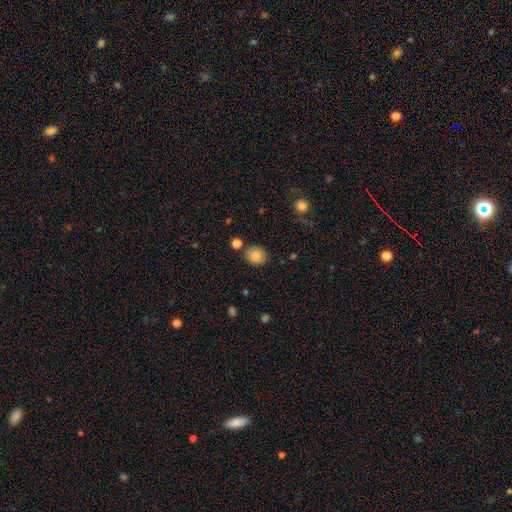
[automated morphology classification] This appears to be a smooth galaxy with no disk features (85%) that is round (80%). Merging: none (81%).